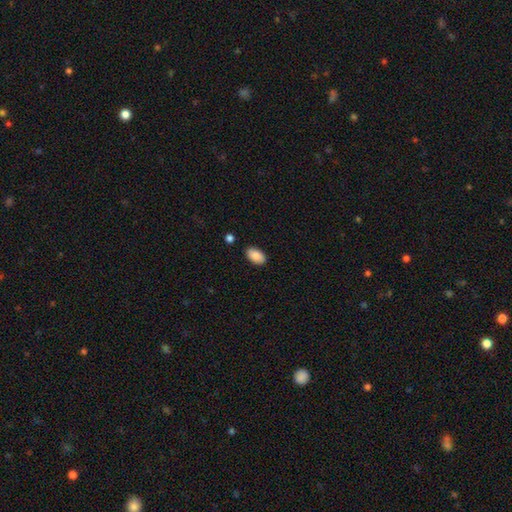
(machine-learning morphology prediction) This is clearly a smooth galaxy (89%). How rounded: clearly in between (94%). Merging: clearly none (87%).